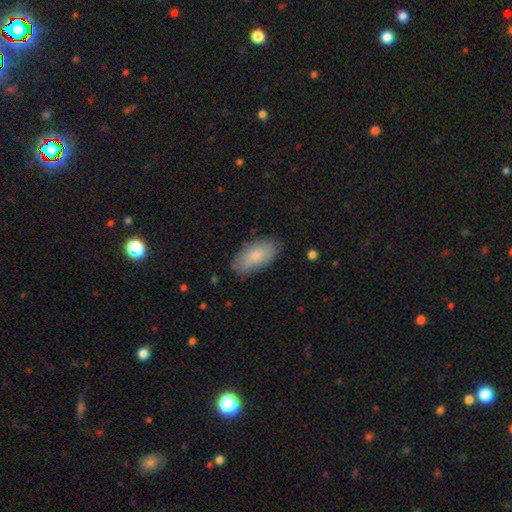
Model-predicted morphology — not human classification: type=smooth (83%); roundness=in between (92%); merging=none (83%).